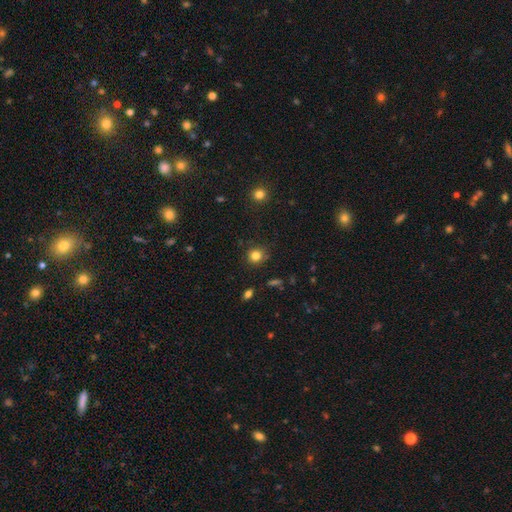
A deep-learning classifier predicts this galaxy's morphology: A smooth galaxy with no disk features (82%) that is round (86%).

Vote fractions:
- Smooth or featured? smooth: 82% / star or artifact: 12% / featured or disk: 6%
- How rounded? round: 86% / in between: 13% / cigar-shaped: 1%
- Merging? none: 83% / minor disturbance: 12% / major disturbance: 3% / merger: 2%